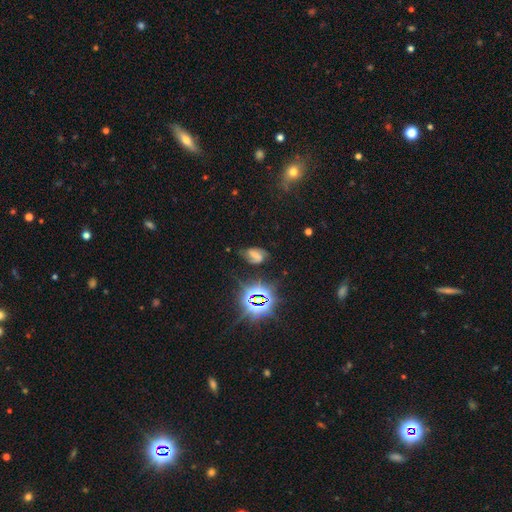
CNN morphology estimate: Smooth or featured? featured or disk (43%)
Merging? none (60%)